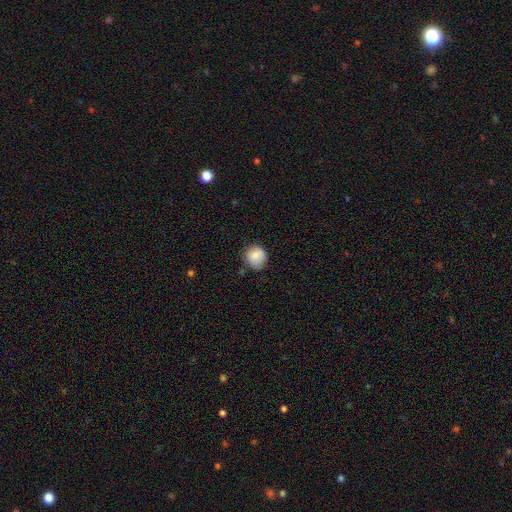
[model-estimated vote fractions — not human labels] Smooth or featured? smooth (82%)
How rounded? round (83%)
Merging? none (69%)